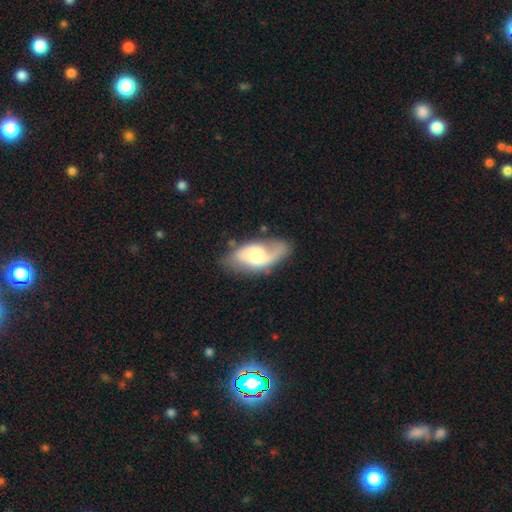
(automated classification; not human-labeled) Overall: featured or disk (67%). Edge-on disk: no (94%). Bar: no (56%; weak 35%). Spiral arms: yes (91%). Spiral arm count: 2 (56%; 1 36%). Spiral winding: loose (50%; medium 36%). Bulge size: moderate (30%; large 27%). Merging: none (56%; minor disturbance 23%).